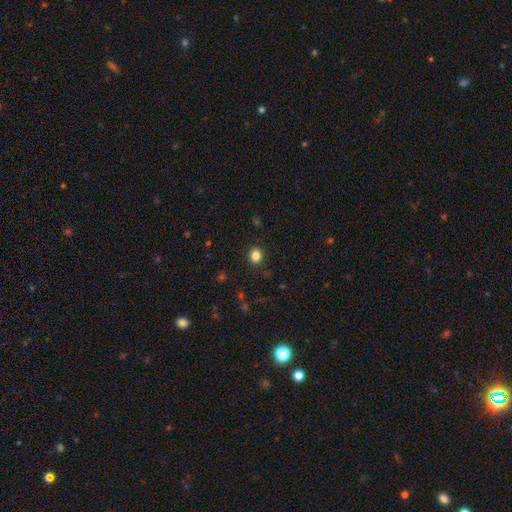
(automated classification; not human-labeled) smooth-or-featured: smooth: 84% | star or artifact: 11% | featured or disk: 4%
  how-rounded: round: 66% | in between: 33% | cigar-shaped: 1%
  merging: none: 90% | minor disturbance: 7% | major disturbance: 2% | merger: 1%